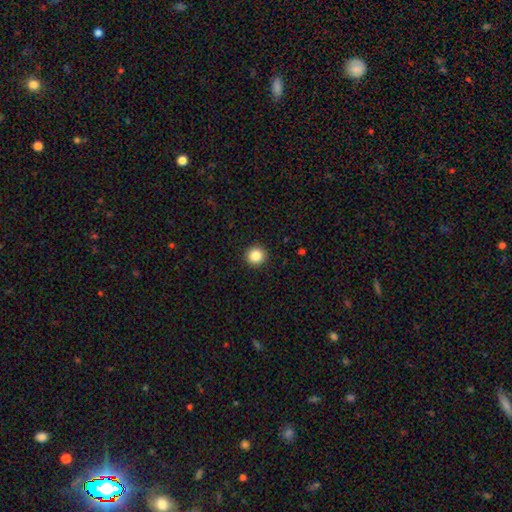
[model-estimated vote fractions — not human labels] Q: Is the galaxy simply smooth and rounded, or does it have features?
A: smooth — 86%.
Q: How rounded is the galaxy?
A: round — 95%.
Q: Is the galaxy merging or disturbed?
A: none — 93%.